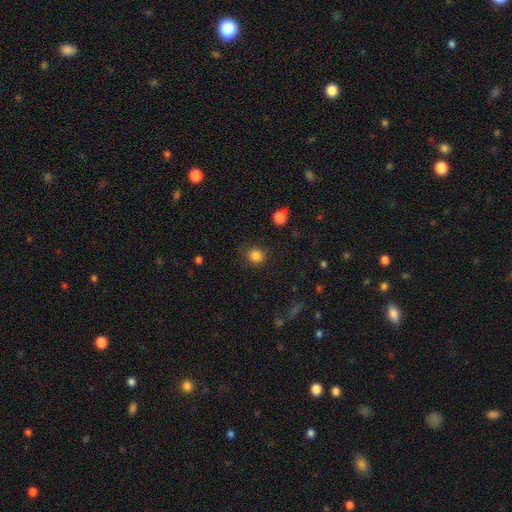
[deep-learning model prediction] Overall: smooth (84%). How rounded: round (88%). Merging: none (85%).